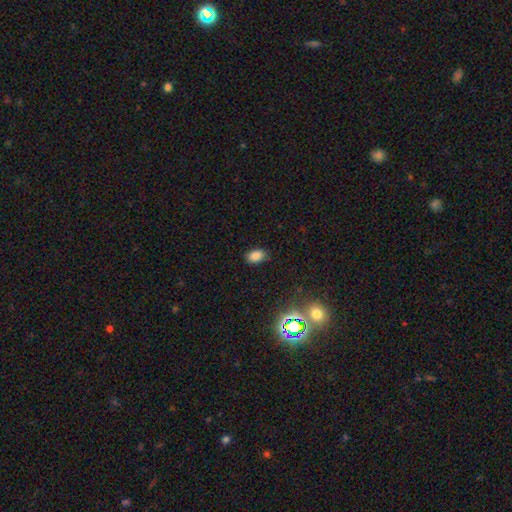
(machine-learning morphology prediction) The model was most divided on "smooth or featured": smooth: 80%, star or artifact: 14%, featured or disk: 5%. More confident: how rounded — in between (85%); merging — none (85%).